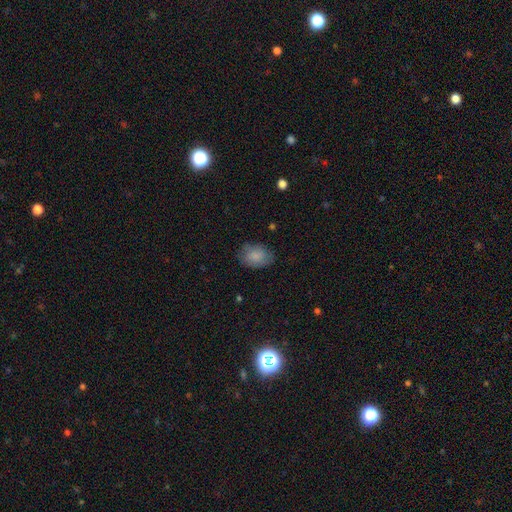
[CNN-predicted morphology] Smooth or featured: smooth — 85% (featured or disk — 8%)
How rounded: in between — 80% (round — 19%)
Merging: none — 77% (minor disturbance — 18%)